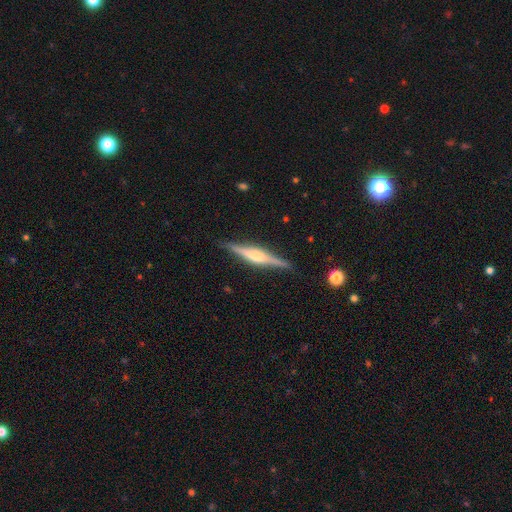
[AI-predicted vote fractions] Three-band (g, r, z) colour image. It shows a featured or disk galaxy (79%) viewed edge-on (98%) with a rounded central bulge (79%). Merging: none (90%).